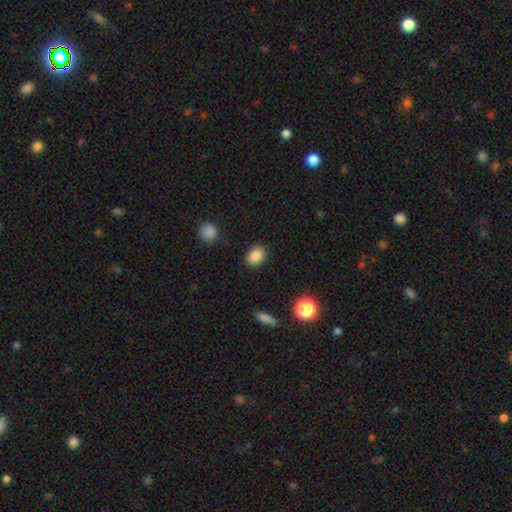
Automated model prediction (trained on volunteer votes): A smooth galaxy with no disk features (87%) that is in between round and cigar-shaped (73%).

Vote fractions:
- Smooth or featured? smooth: 87% / star or artifact: 9% / featured or disk: 4%
- How rounded? in between: 73% / round: 26% / cigar-shaped: 1%
- Merging? none: 86% / minor disturbance: 10% / major disturbance: 3% / merger: 2%